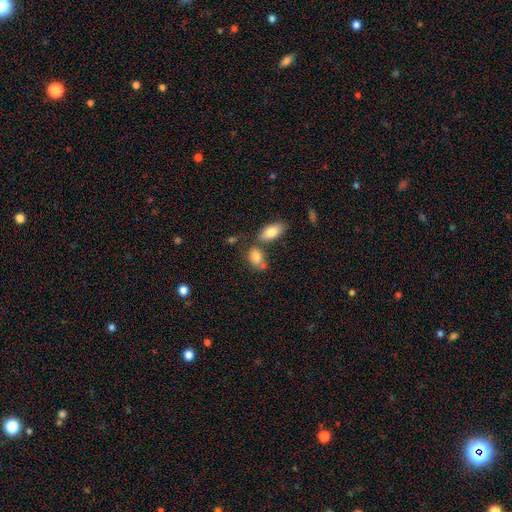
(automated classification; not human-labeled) This is clearly a smooth galaxy (83%). How rounded: clearly in between (80%). Merging: possibly none (47%).